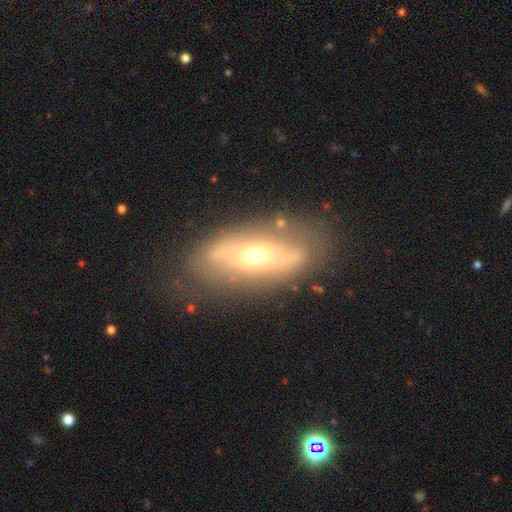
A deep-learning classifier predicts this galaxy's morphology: Smooth or featured: featured or disk — 48% (smooth — 42%)
Merging: none — 66% (minor disturbance — 20%)